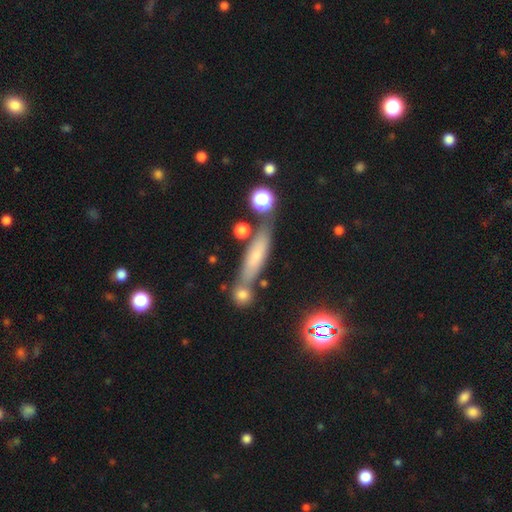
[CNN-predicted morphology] A smooth galaxy with no disk features (58%) that is cigar-shaped (73%).

Vote fractions:
- Smooth or featured? smooth: 58% / featured or disk: 29% / star or artifact: 13%
- How rounded? cigar-shaped: 73% / in between: 24% / round: 3%
- Merging? none: 67% / merger: 15% / minor disturbance: 14% / major disturbance: 4%